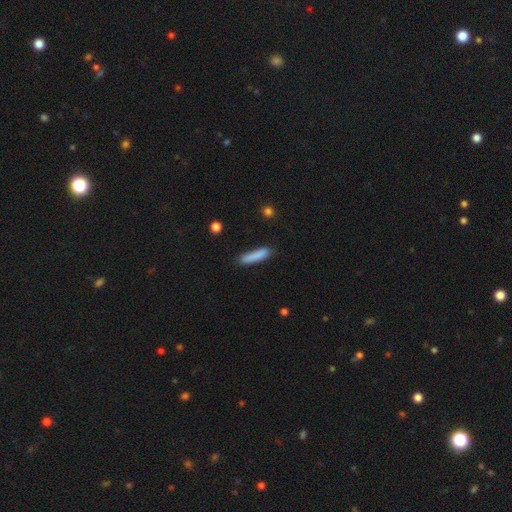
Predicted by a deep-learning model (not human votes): This appears to be a smooth galaxy with no disk features (84%) that is cigar-shaped (83%). Merging: none (81%).